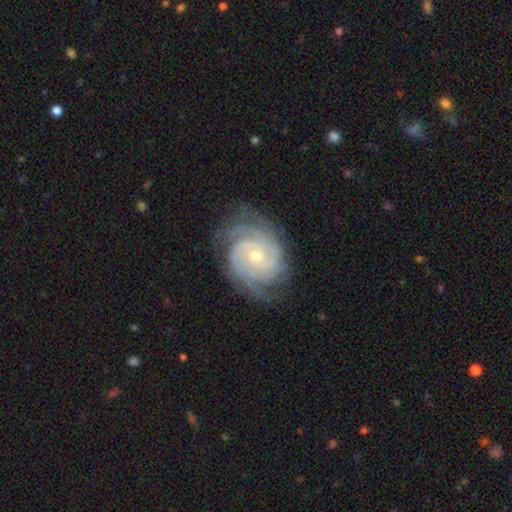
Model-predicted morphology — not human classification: The model was most divided on "spiral arm count": 4: 26%, 3: 23%, can't tell: 19%, 2: 14%, more than 4: 11%, 1: 7%. More confident: spiral arms — yes (98%); edge-on disk — no (97%); smooth or featured — featured or disk (90%); merging — none (77%); spiral winding — tight (75%); bar — no (65%); bulge size — small (63%).